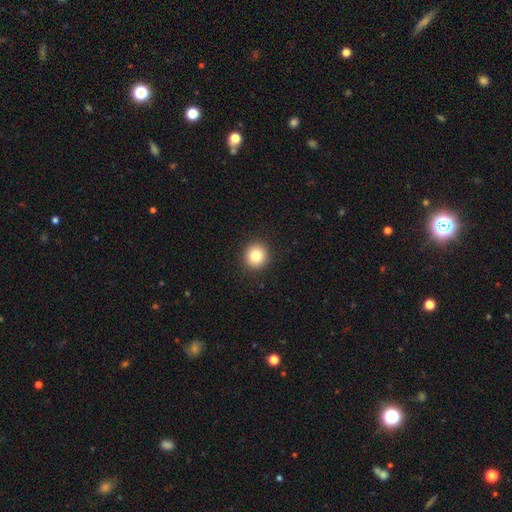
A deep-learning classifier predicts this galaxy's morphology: A smooth galaxy with no disk features (84%) that is round (91%). Merging: none (92%).